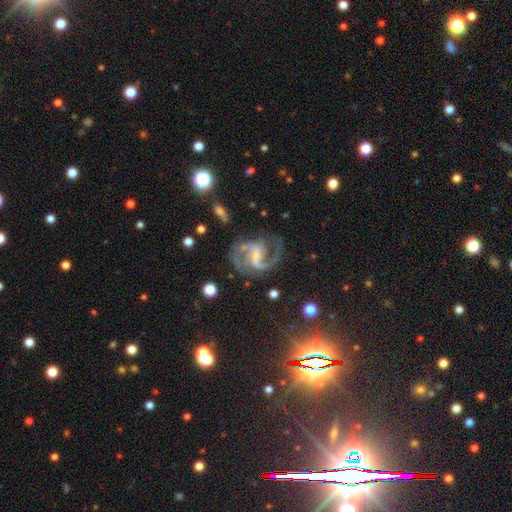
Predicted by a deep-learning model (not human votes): Smooth or featured? Predicted: featured or disk (p=0.91). Edge-on disk? Predicted: no (p=0.98). Bar? Predicted: weak (p=0.49). Spiral arms? Predicted: yes (p=0.98). Spiral winding? Predicted: medium (p=0.58). Spiral arm count? Predicted: 2 (p=0.78). Bulge size? Predicted: small (p=0.41). Merging? Predicted: none (p=0.66).